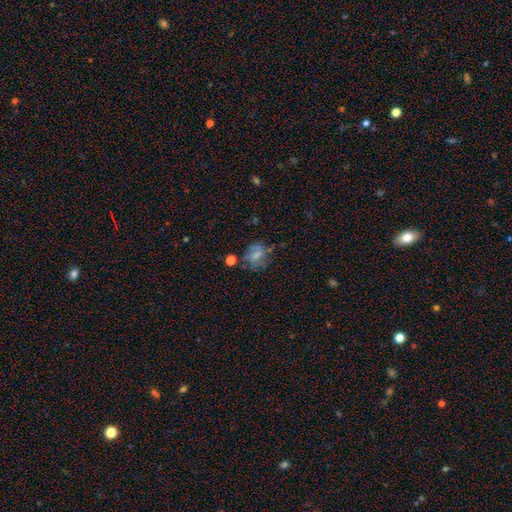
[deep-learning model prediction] A featured or disk galaxy (42%). Merging: none (63%).